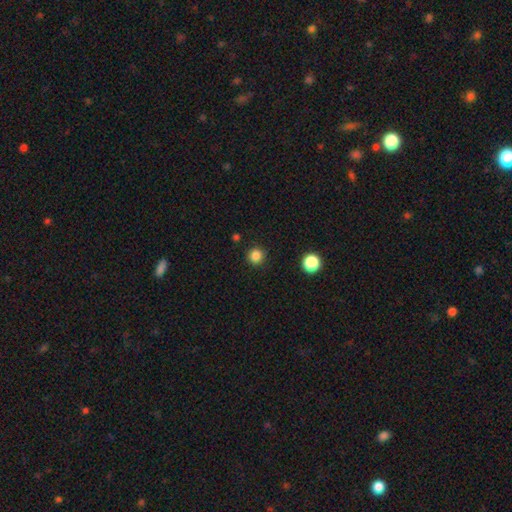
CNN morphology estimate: Q: Smooth or featured?
A: smooth (85%); runner-up: star or artifact (12%)
Q: How rounded?
A: round (95%); runner-up: in between (4%)
Q: Merging?
A: none (91%); runner-up: minor disturbance (6%)